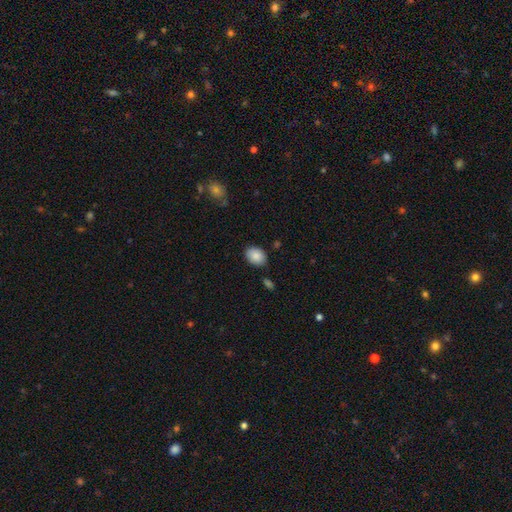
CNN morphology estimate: type=smooth (88%); roundness=in between (70%); merging=none (84%).